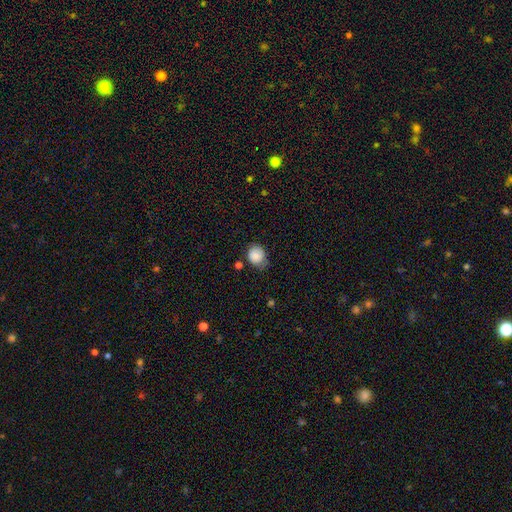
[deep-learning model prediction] Smooth or featured: smooth — 85% (star or artifact — 8%)
How rounded: round — 68% (in between — 31%)
Merging: none — 60% (minor disturbance — 29%)